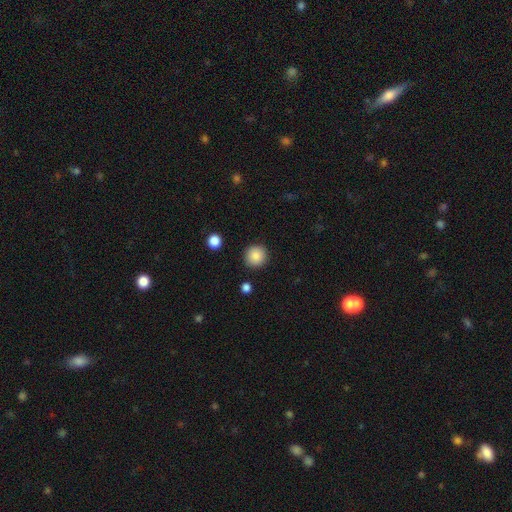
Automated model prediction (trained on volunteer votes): This is clearly a smooth galaxy (87%). How rounded: clearly round (94%). Merging: clearly none (91%).